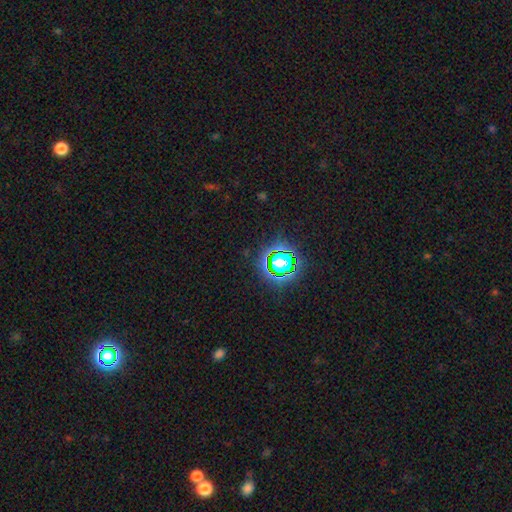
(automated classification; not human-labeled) smooth-or-featured: star or artifact: 79% | smooth: 14% | featured or disk: 7%